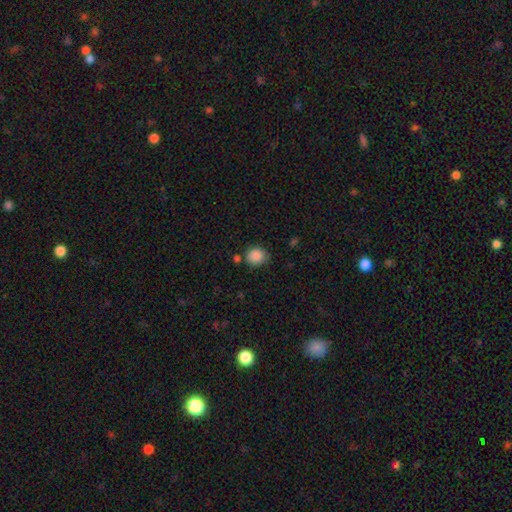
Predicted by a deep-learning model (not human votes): Smooth or featured?
  - smooth: 88% *
  - star or artifact: 9%
  - featured or disk: 4%
How rounded?
  - round: 75% *
  - in between: 24%
  - cigar-shaped: 1%
Merging?
  - none: 74% *
  - minor disturbance: 17%
  - merger: 6%
  - major disturbance: 4%